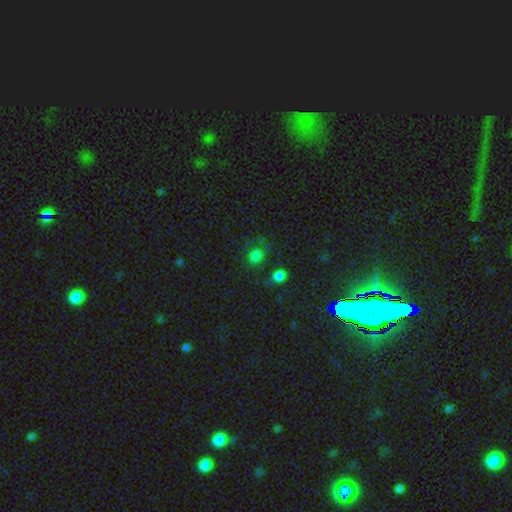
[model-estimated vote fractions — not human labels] This is likely a smooth galaxy (68%). How rounded: likely round (67%). Merging: possibly none (60%).